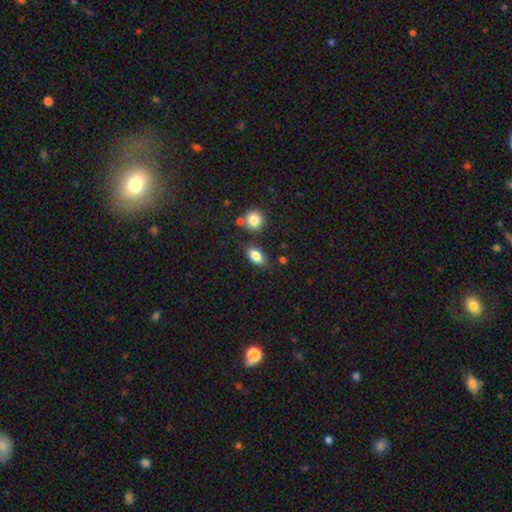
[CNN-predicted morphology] type=smooth (84%); roundness=in between (86%); merging=none (76%).